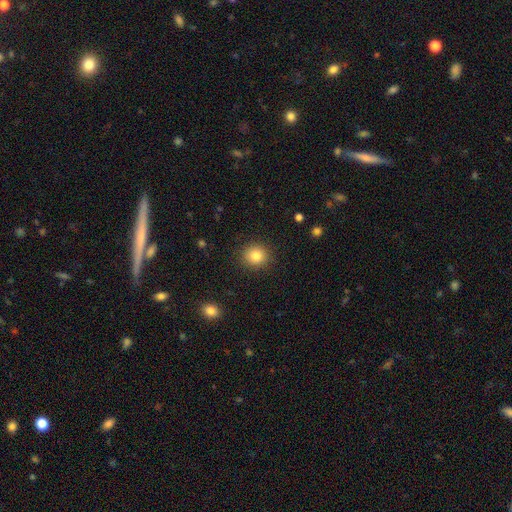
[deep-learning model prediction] This is clearly a smooth galaxy (83%). How rounded: clearly round (88%). Merging: clearly none (90%).